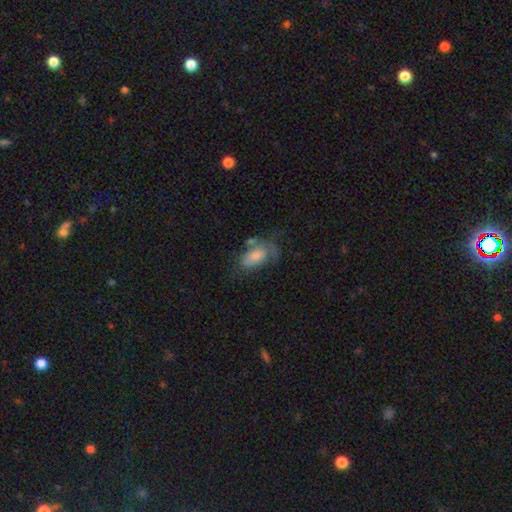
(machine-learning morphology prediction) smooth_or_featured: smooth (p=0.60) [alt: featured or disk p=0.31]
how_rounded: in between (p=0.90) [alt: round p=0.06]
merging: none (p=0.38) [alt: minor disturbance p=0.27]